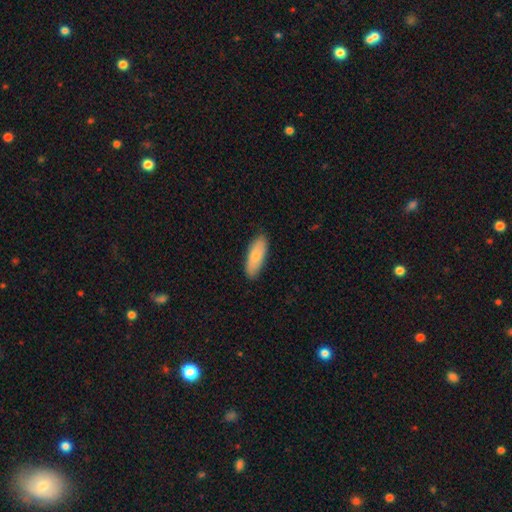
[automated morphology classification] Smooth or featured? Predicted: smooth (p=0.78). How rounded? Predicted: in between (p=0.74). Merging? Predicted: none (p=0.86).